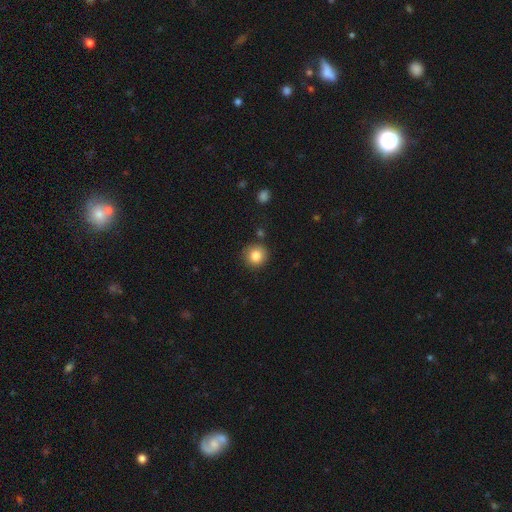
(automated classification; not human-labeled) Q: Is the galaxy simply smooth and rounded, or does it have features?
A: smooth — 84%.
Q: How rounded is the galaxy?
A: round — 93%.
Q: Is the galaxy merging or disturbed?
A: none — 86%.